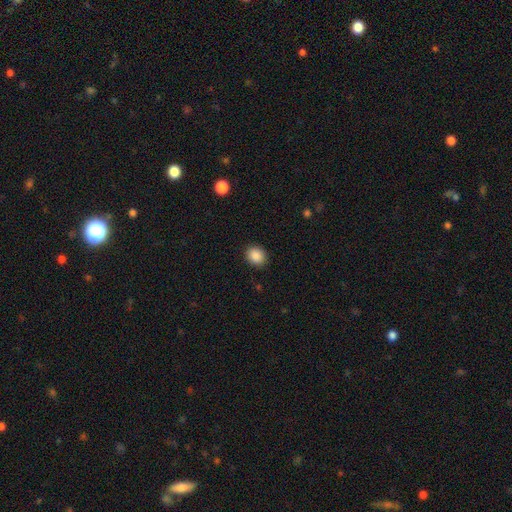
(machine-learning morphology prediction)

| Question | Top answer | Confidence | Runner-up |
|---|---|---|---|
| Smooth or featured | smooth | 88% | star or artifact (9%) |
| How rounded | round | 61% | in between (38%) |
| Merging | none | 90% | minor disturbance (7%) |